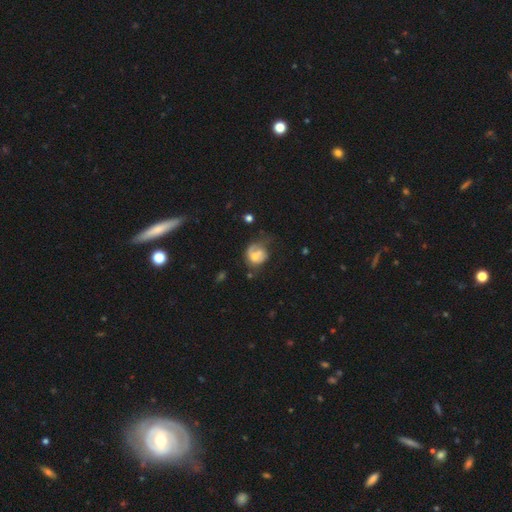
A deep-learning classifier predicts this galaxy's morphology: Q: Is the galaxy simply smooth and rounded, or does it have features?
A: featured or disk — 48%.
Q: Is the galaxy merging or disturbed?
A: none — 35%.